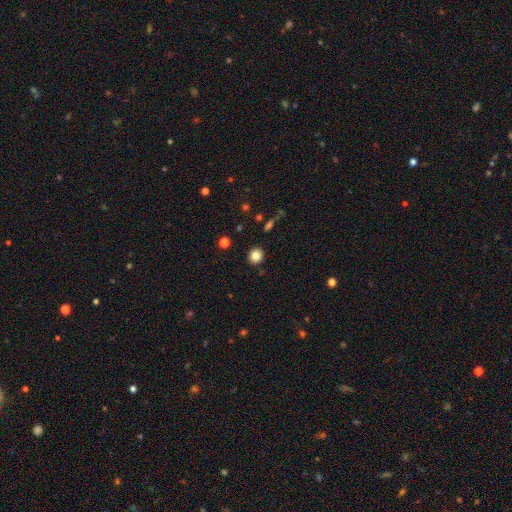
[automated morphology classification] This is clearly a smooth galaxy (84%). How rounded: clearly round (82%). Merging: clearly none (89%).